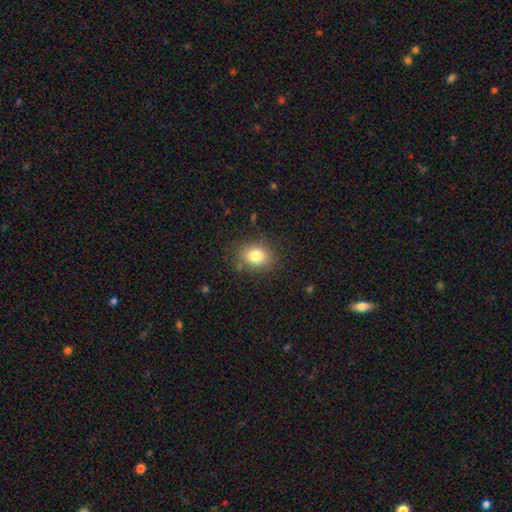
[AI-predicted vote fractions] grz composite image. It shows a smooth galaxy with no disk features (80%) that is round (51%). Merging: none (83%).